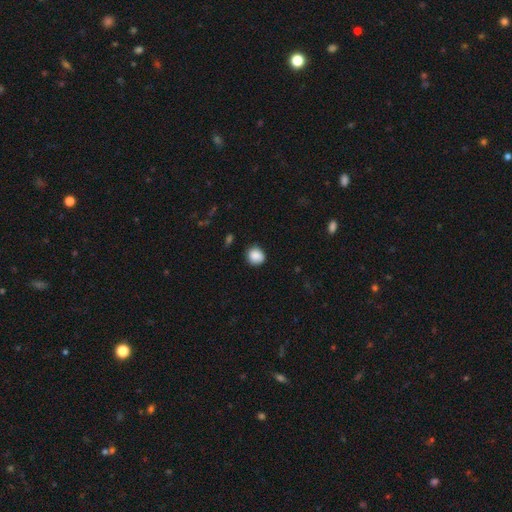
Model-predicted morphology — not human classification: smooth-or-featured: smooth: 88% | star or artifact: 8% | featured or disk: 4%
  how-rounded: round: 82% | in between: 17% | cigar-shaped: 1%
  merging: none: 82% | minor disturbance: 14% | major disturbance: 3% | merger: 1%